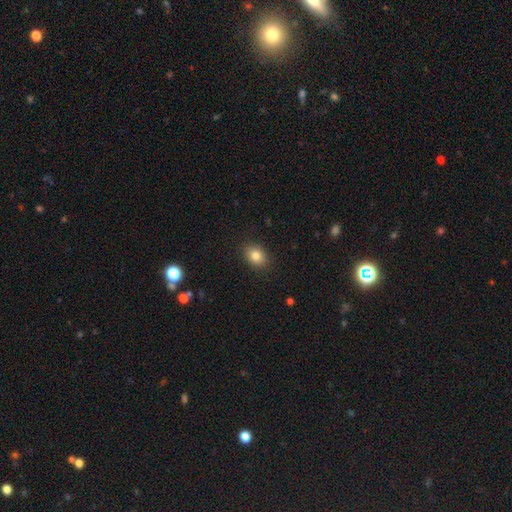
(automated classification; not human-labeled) A smooth galaxy with no disk features (83%) that is in between round and cigar-shaped (61%). Merging: none (88%).